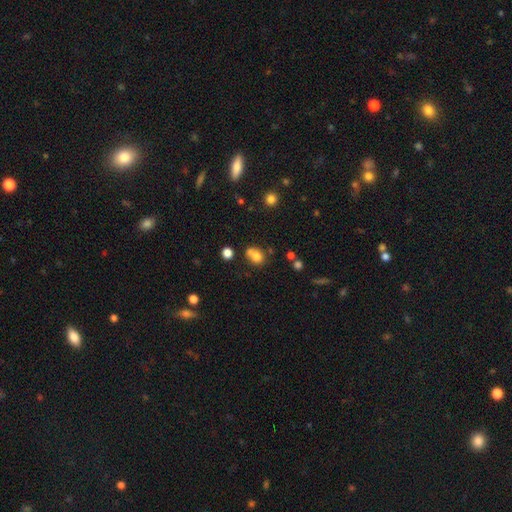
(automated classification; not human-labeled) Morphology: type=smooth (76%); roundness=round (56%); merging=none (44%).